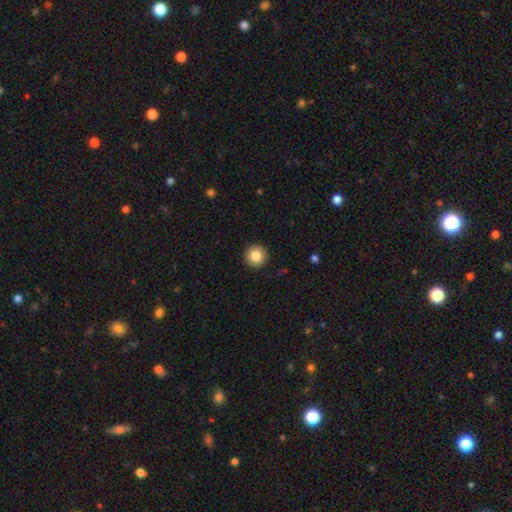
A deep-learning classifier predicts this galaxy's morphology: Smooth or featured? Predicted: smooth (p=0.85). How rounded? Predicted: round (p=0.96). Merging? Predicted: none (p=0.93).